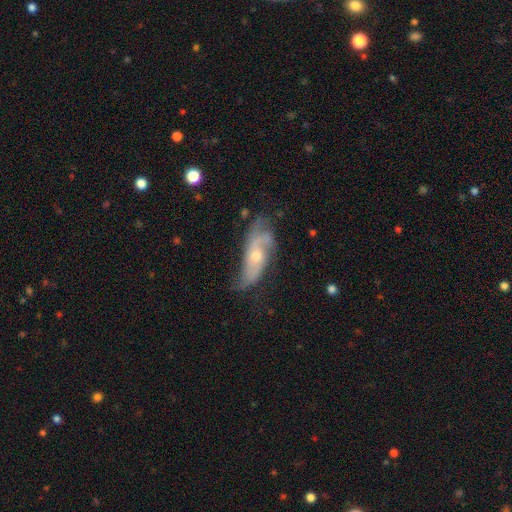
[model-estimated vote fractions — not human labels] Morphology: type=featured or disk (70%); edge-on=no (85%); bar=no (71%); spiral arms=yes (84%); bulge=small (50%); merging=none (48%).